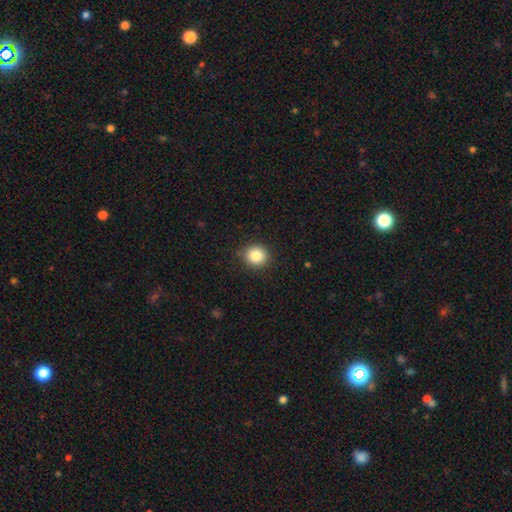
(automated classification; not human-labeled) Smooth or featured? Predicted: smooth (p=0.85). How rounded? Predicted: round (p=0.81). Merging? Predicted: none (p=0.89).